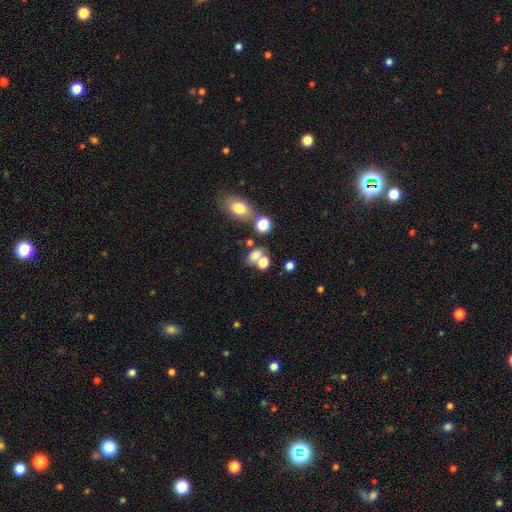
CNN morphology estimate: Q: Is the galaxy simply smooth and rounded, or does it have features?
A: smooth — 69%.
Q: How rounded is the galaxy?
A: in between — 69%.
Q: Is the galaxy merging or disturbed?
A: none — 41%.